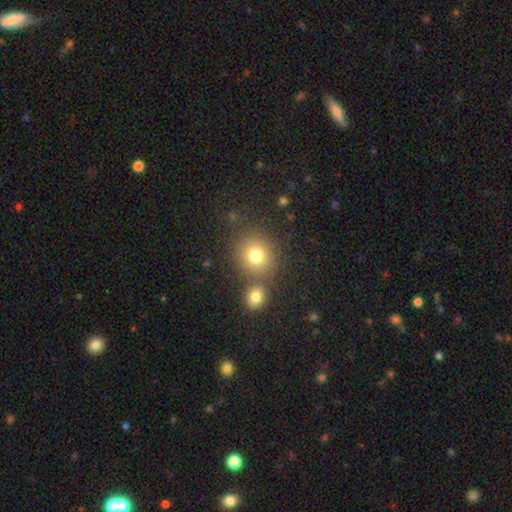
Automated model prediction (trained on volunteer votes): Overall: smooth (77%). How rounded: round (84%). Merging: none (68%).